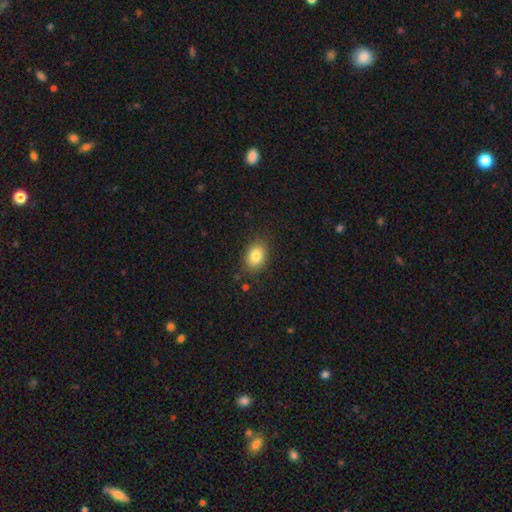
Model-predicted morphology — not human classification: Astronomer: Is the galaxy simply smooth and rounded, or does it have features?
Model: smooth — 83%.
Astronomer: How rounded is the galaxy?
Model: in between — 77%.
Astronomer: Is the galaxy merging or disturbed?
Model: none — 85%.